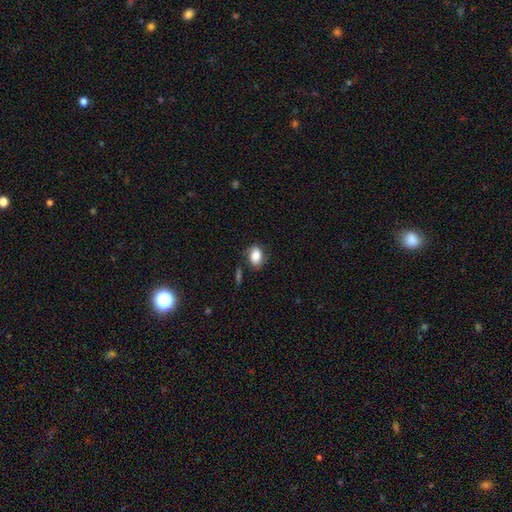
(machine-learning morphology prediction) smooth 81%, featured or disk 10%, star or artifact 8%. Down the decision tree: how rounded — in between (75%); merging — none (71%).